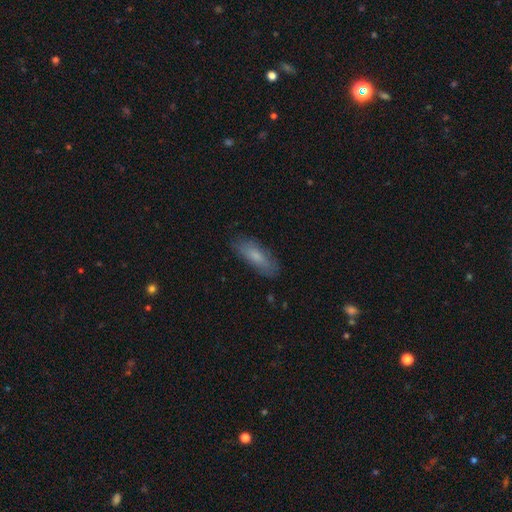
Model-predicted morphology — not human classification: smooth_or_featured: smooth (p=0.73) [alt: featured or disk p=0.20]
how_rounded: in between (p=0.57) [alt: cigar-shaped p=0.41]
merging: none (p=0.80) [alt: minor disturbance p=0.15]